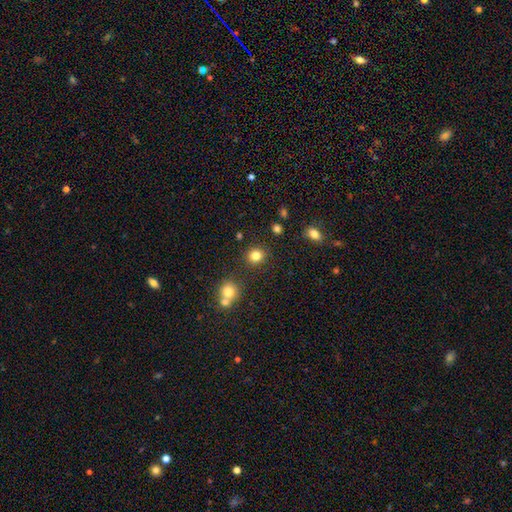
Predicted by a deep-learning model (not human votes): The model was most divided on "smooth or featured": smooth: 82%, star or artifact: 12%, featured or disk: 5%. More confident: how rounded — round (88%); merging — none (87%).